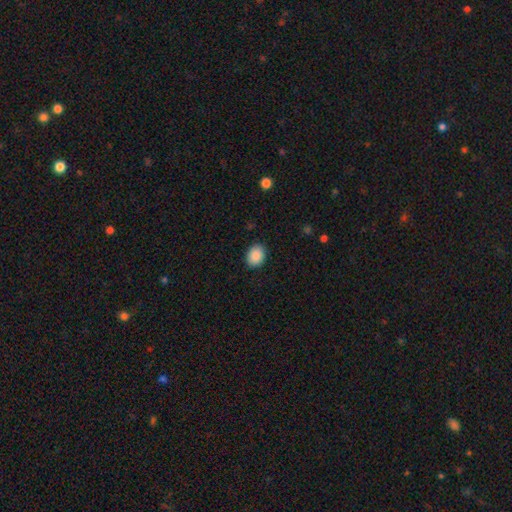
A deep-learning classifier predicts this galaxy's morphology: Smooth or featured? Predicted: smooth (p=0.89). How rounded? Predicted: in between (p=0.56). Merging? Predicted: none (p=0.89).